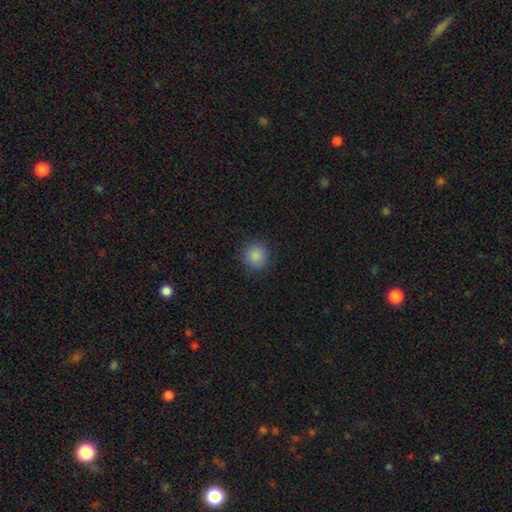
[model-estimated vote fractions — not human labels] A smooth galaxy with no disk features (87%) that is round (91%).

Vote fractions:
- Smooth or featured? smooth: 87% / star or artifact: 10% / featured or disk: 3%
- How rounded? round: 91% / in between: 8% / cigar-shaped: 1%
- Merging? none: 89% / minor disturbance: 8% / major disturbance: 3% / merger: 1%